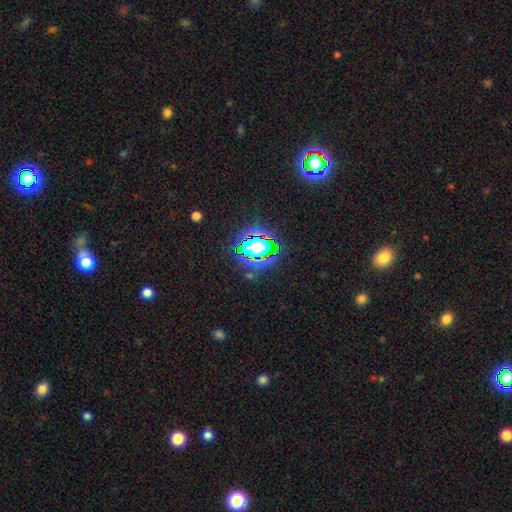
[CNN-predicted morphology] A star or artifact, not a galaxy (80%).